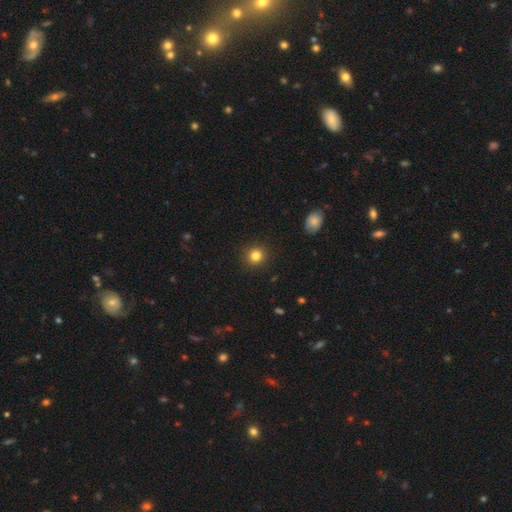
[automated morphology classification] smooth 83%, star or artifact 12%, featured or disk 5%. Down the decision tree: how rounded — round (91%); merging — none (91%).